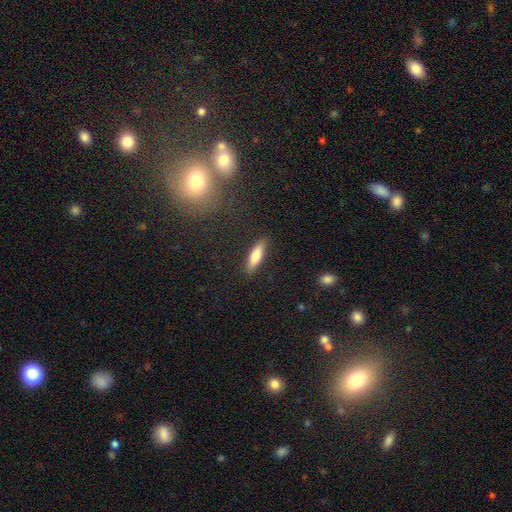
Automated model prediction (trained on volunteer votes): The model was most divided on "how rounded": cigar-shaped: 68%, in between: 31%, round: 2%. More confident: merging — none (88%); smooth or featured — smooth (74%).